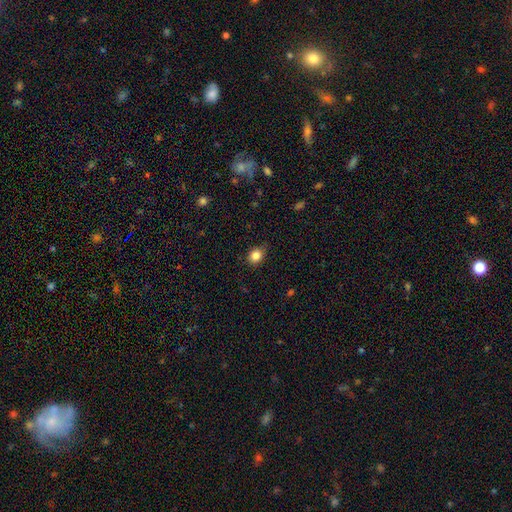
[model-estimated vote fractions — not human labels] smooth-or-featured: smooth: 84% | star or artifact: 11% | featured or disk: 5%
  how-rounded: round: 57% | in between: 42% | cigar-shaped: 1%
  merging: none: 82% | minor disturbance: 15% | major disturbance: 3% | merger: 1%